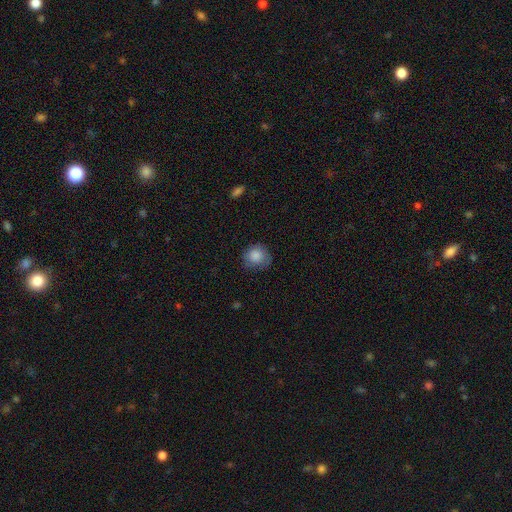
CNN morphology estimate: A smooth galaxy with no disk features (85%) that is round (80%). Merging: none (63%).